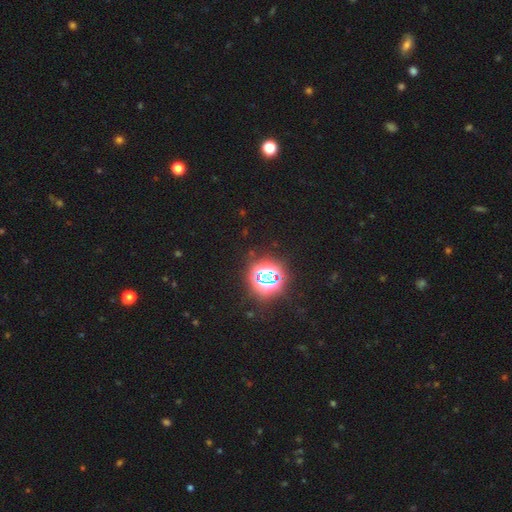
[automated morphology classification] star or artifact 81%, smooth 14%, featured or disk 5%.